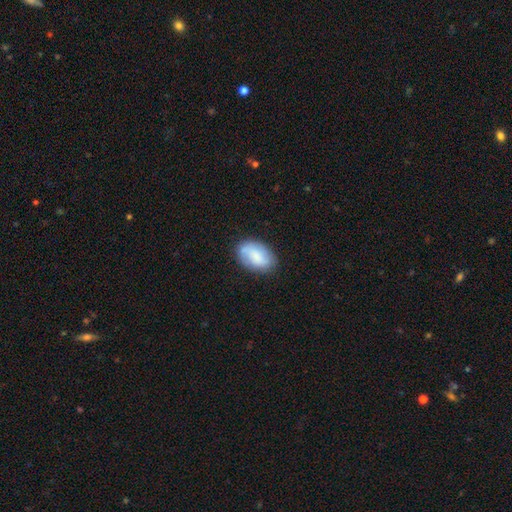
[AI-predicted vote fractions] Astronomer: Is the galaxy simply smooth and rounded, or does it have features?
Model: smooth — 62%.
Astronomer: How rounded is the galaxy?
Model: in between — 88%.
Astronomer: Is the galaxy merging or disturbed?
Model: none — 78%.